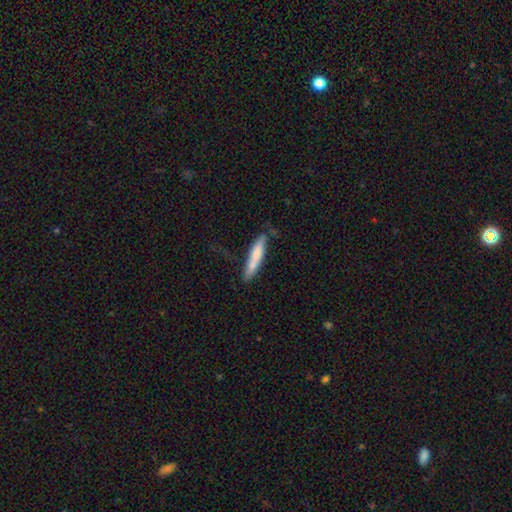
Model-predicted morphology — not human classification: A smooth galaxy with no disk features (67%) that is cigar-shaped (90%).

Vote fractions:
- Smooth or featured? smooth: 67% / featured or disk: 27% / star or artifact: 6%
- How rounded? cigar-shaped: 90% / in between: 9% / round: 1%
- Merging? none: 61% / minor disturbance: 25% / major disturbance: 8% / merger: 6%